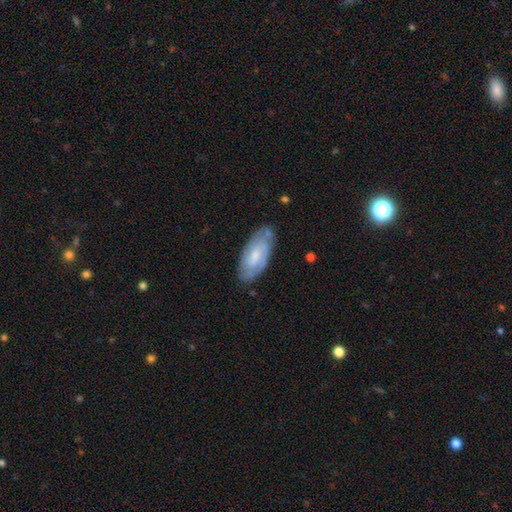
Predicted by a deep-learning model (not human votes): smooth-or-featured: featured or disk: 59% | smooth: 36% | star or artifact: 6%
  disk-edge-on: no: 90% | yes: 10%
    bar: no: 52% | weak: 41% | strong: 8%
    has-spiral-arms: yes: 81% | no: 19%
    bulge-size: moderate: 43% | small: 41% | none: 9% | large: 6% | dominant: 1%
  merging: none: 73% | minor disturbance: 20% | major disturbance: 4% | merger: 2%